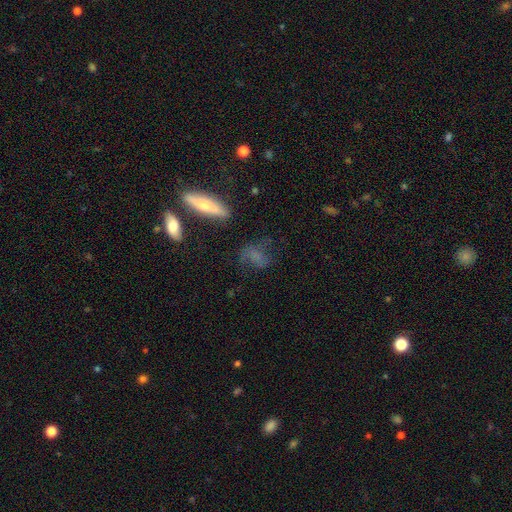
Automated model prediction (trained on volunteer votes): A smooth galaxy with no disk features (53%) that is in between round and cigar-shaped (60%). Merging: none (55%).